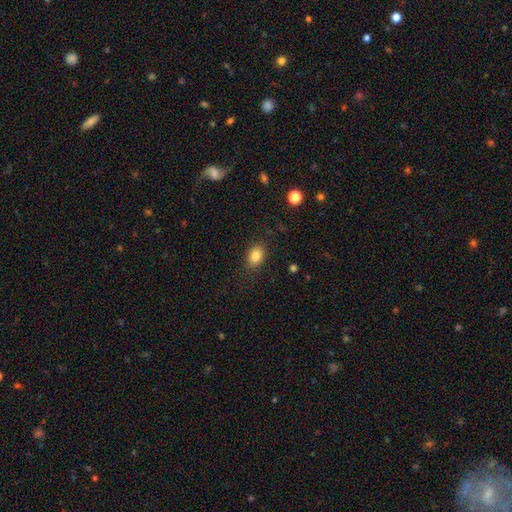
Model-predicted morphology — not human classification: Smooth or featured? Predicted: smooth (p=0.85). How rounded? Predicted: in between (p=0.75). Merging? Predicted: none (p=0.85).